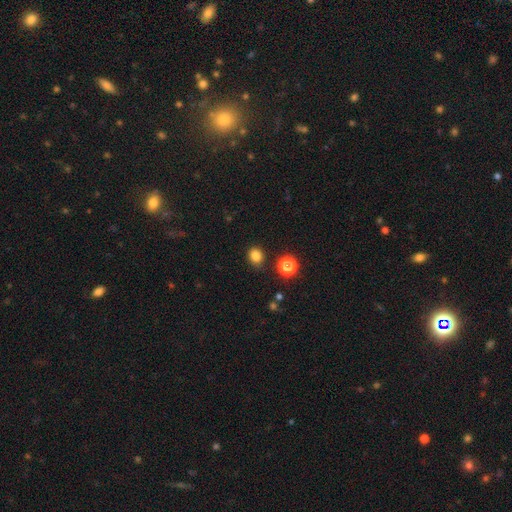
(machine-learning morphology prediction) smooth-or-featured: smooth: 83% | star or artifact: 14% | featured or disk: 4%
  how-rounded: round: 71% | in between: 28% | cigar-shaped: 1%
  merging: none: 83% | minor disturbance: 10% | merger: 3% | major disturbance: 3%